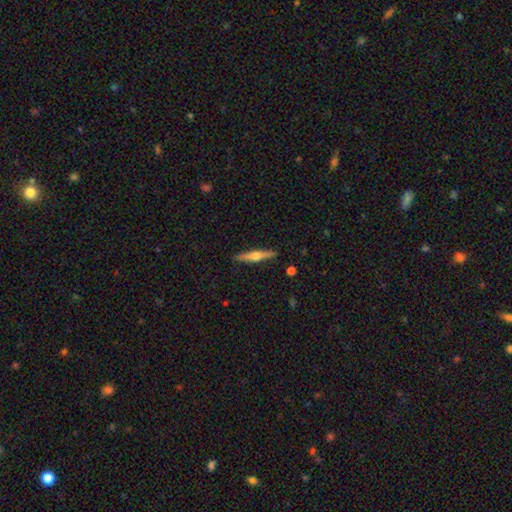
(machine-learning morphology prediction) smooth-or-featured: featured or disk: 61% | smooth: 33% | star or artifact: 6%
  disk-edge-on: yes: 97% | no: 3%
    edge-on-bulge: rounded: 92% | none: 4% | boxy: 4%
  merging: none: 90% | minor disturbance: 7% | major disturbance: 2% | merger: 1%